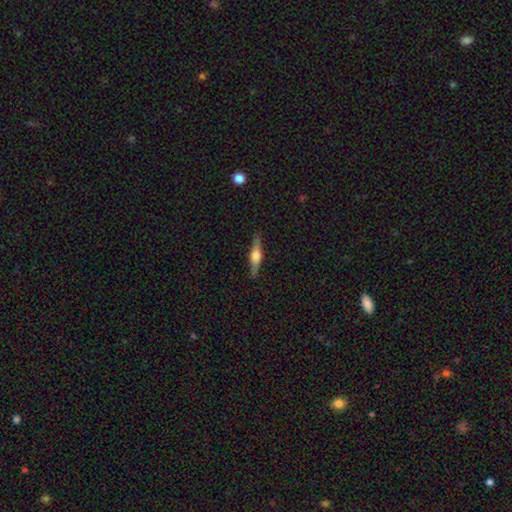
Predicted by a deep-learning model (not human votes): Smooth or featured? Predicted: featured or disk (p=0.71). Edge-on disk? Predicted: yes (p=0.97). Edge-on bulge? Predicted: rounded (p=0.89). Merging? Predicted: none (p=0.89).